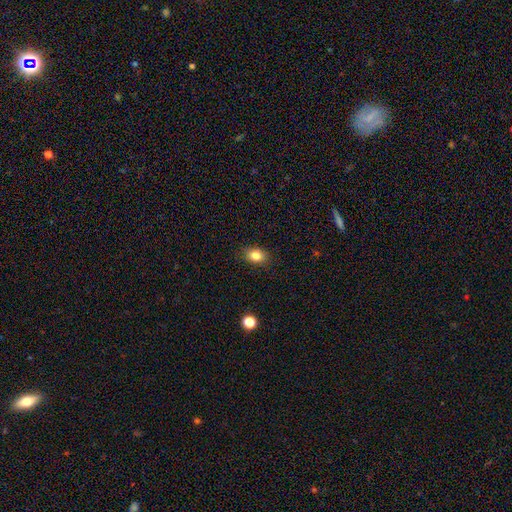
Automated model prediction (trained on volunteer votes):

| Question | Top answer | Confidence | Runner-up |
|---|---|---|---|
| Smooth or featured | smooth | 84% | star or artifact (10%) |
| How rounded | in between | 75% | round (24%) |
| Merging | none | 88% | minor disturbance (9%) |